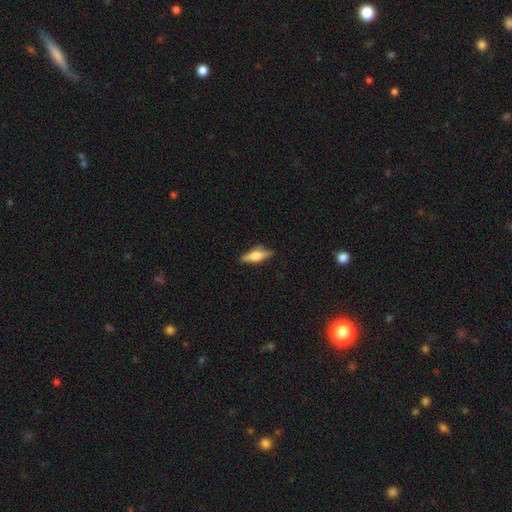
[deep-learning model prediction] This appears to be a featured or disk galaxy (48%). Merging: none (82%).